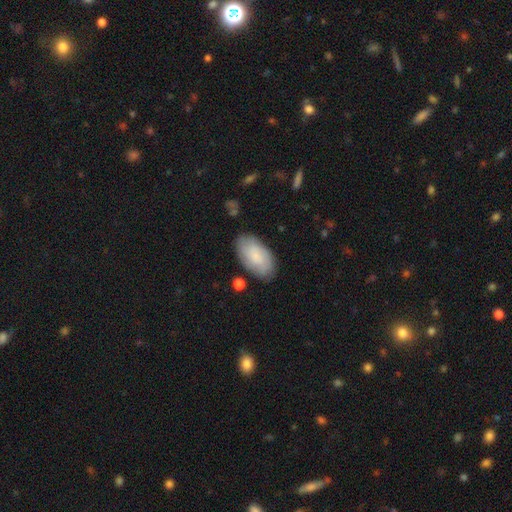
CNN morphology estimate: This is likely a smooth galaxy (76%). How rounded: clearly in between (95%). Merging: likely none (80%).